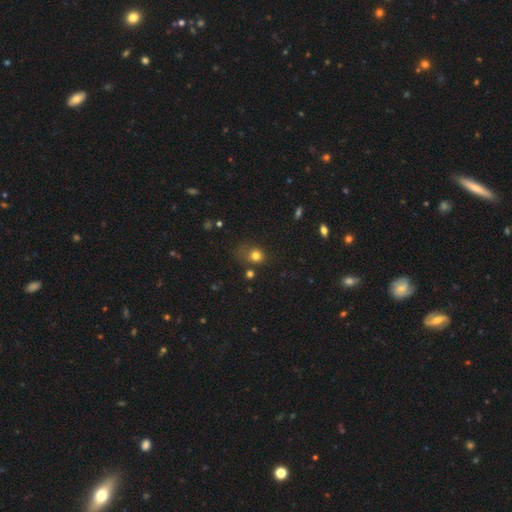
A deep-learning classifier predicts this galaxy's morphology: This appears to be a smooth galaxy with no disk features (76%) that is round (69%). Merging: none (51%).